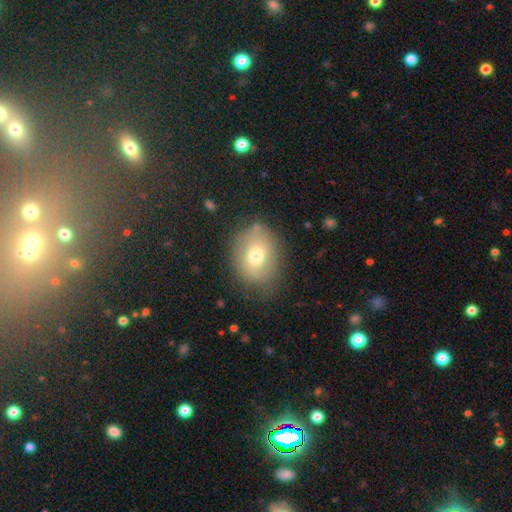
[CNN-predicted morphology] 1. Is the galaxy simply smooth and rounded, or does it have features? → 69% smooth, 21% featured or disk, 10% star or artifact.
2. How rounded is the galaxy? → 52% in between, 47% round, 1% cigar-shaped.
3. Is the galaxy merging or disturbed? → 71% none, 19% minor disturbance, 7% major disturbance, 3% merger.